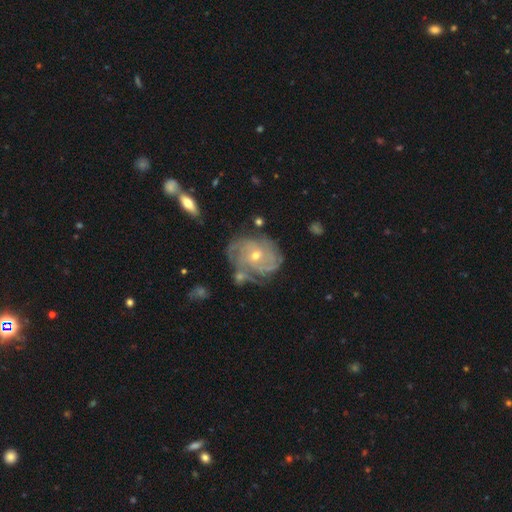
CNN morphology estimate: smooth-or-featured: featured or disk: 86% | smooth: 8% | star or artifact: 6%
  disk-edge-on: no: 97% | yes: 3%
    bar: no: 70% | weak: 25% | strong: 5%
    has-spiral-arms: yes: 95% | no: 5%
      spiral-winding: tight: 69% | medium: 25% | loose: 6%
      spiral-arm-count: can't tell: 29% | 3: 23% | 4: 22% | 2: 12% | more than 4: 9% | 1: 6%
    bulge-size: small: 49% | moderate: 48% | large: 1% | none: 1% | dominant: 1%
  merging: none: 64% | minor disturbance: 21% | major disturbance: 8% | merger: 7%